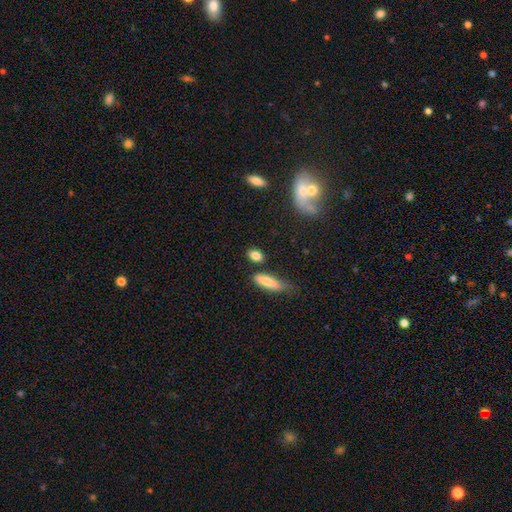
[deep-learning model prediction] Overall: smooth (83%). How rounded: in between (71%). Merging: none (72%).